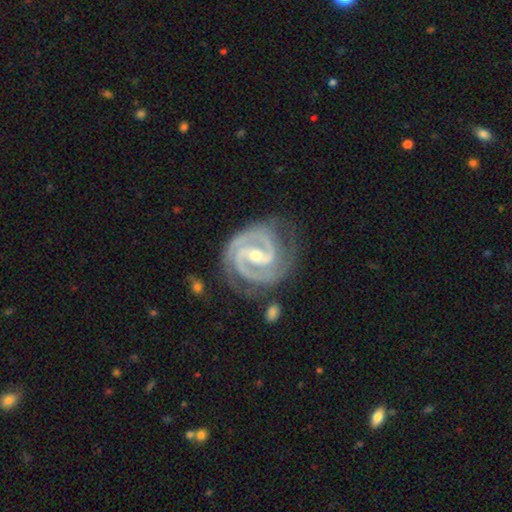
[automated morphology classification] Smooth or featured? Predicted: featured or disk (p=0.94). Edge-on disk? Predicted: no (p=0.98). Bar? Predicted: weak (p=0.41). Spiral arms? Predicted: yes (p=0.99). Spiral winding? Predicted: tight (p=0.65). Spiral arm count? Predicted: 2 (p=0.82). Bulge size? Predicted: small (p=0.53). Merging? Predicted: none (p=0.74).